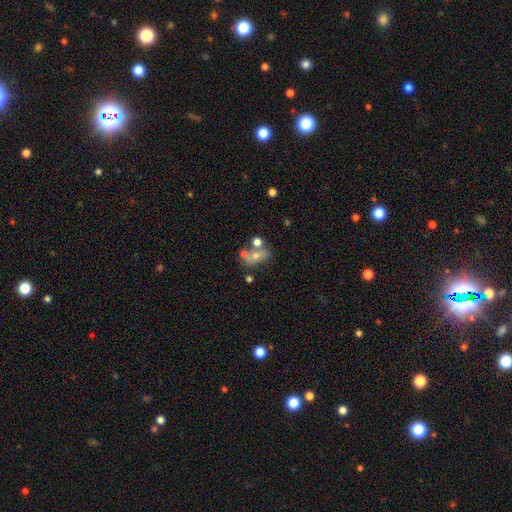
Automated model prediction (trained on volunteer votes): Smooth or featured? smooth (51%)
How rounded? in between (67%)
Merging? none (41%)